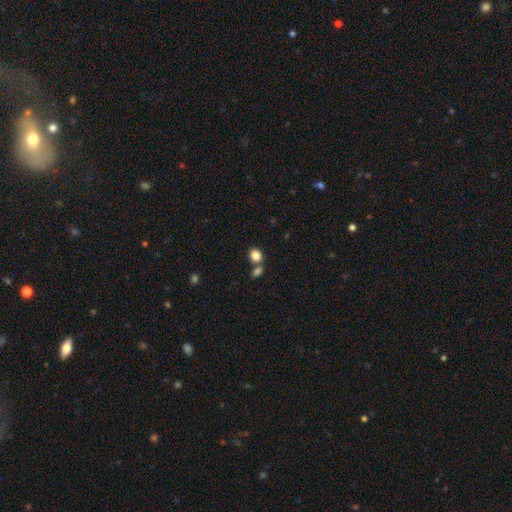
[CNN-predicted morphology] smooth 85%, star or artifact 10%, featured or disk 5%. Down the decision tree: how rounded — round (51%); merging — none (55%).